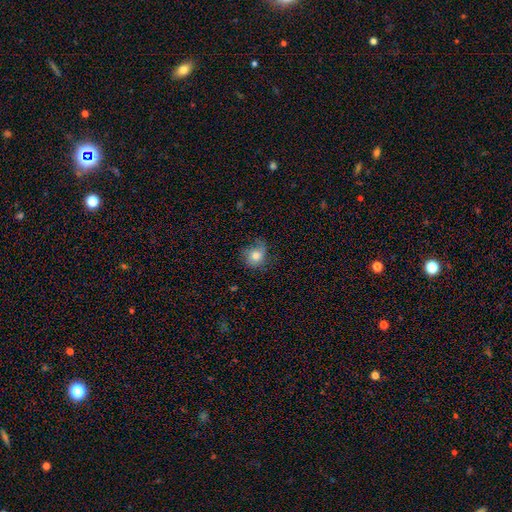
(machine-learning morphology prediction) smooth 74%, featured or disk 16%, star or artifact 10%. Down the decision tree: how rounded — round (72%); merging — none (61%).